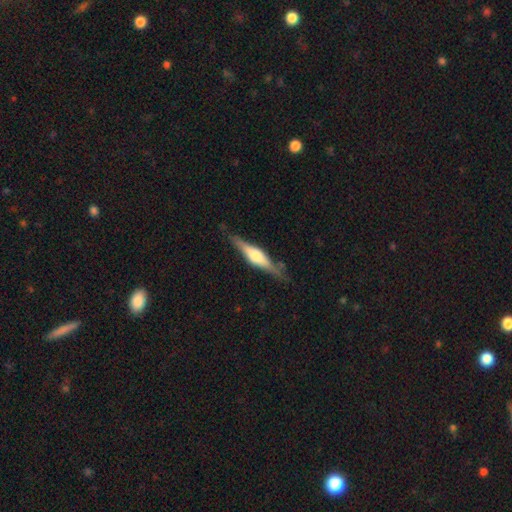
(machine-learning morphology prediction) The model was most divided on "smooth or featured": featured or disk: 68%, smooth: 26%, star or artifact: 6%. More confident: edge-on disk — yes (96%); merging — none (81%); edge-on bulge — rounded (80%).